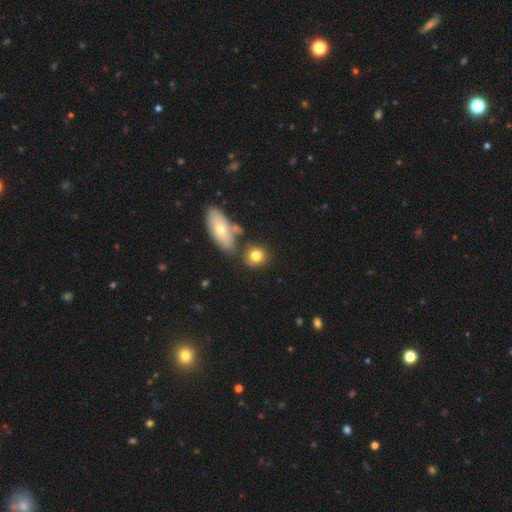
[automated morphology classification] Q: Smooth or featured?
A: smooth (78%); runner-up: featured or disk (13%)
Q: How rounded?
A: round (72%); runner-up: in between (26%)
Q: Merging?
A: none (66%); runner-up: merger (18%)